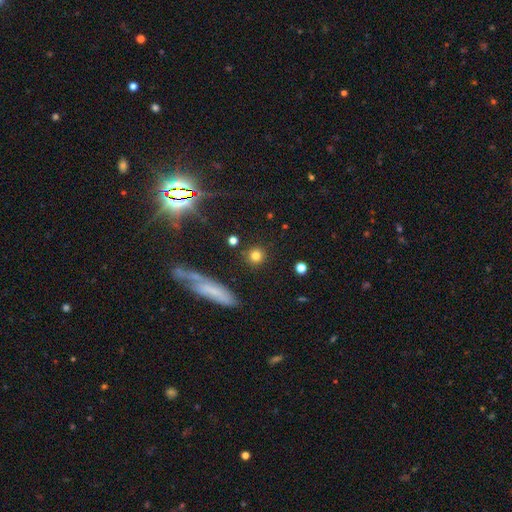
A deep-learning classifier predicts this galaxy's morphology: This is likely a smooth galaxy (79%). How rounded: clearly round (91%). Merging: clearly none (88%).